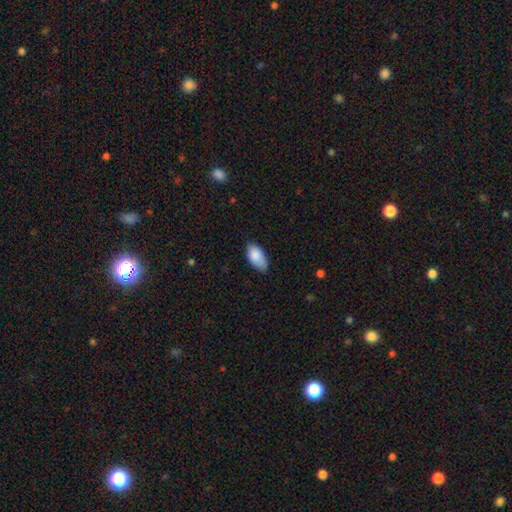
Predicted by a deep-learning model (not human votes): Smooth or featured?
  - smooth: 85% *
  - featured or disk: 8%
  - star or artifact: 6%
How rounded?
  - in between: 94% *
  - cigar-shaped: 3%
  - round: 3%
Merging?
  - none: 65% *
  - minor disturbance: 29%
  - major disturbance: 4%
  - merger: 1%